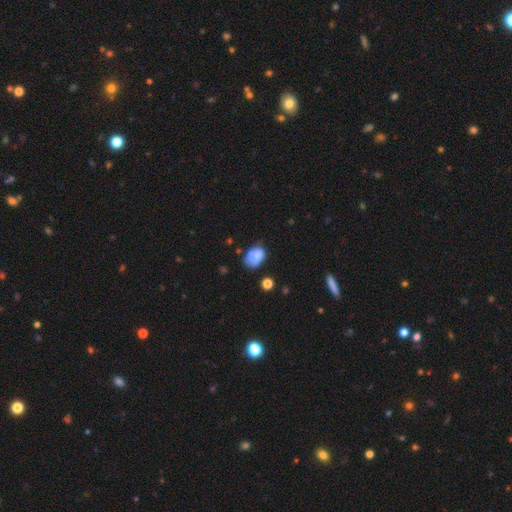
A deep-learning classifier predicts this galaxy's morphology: The model was most divided on "merging": none: 40%, minor disturbance: 34%, major disturbance: 16%, merger: 10%. More confident: how rounded — in between (74%); smooth or featured — smooth (74%).